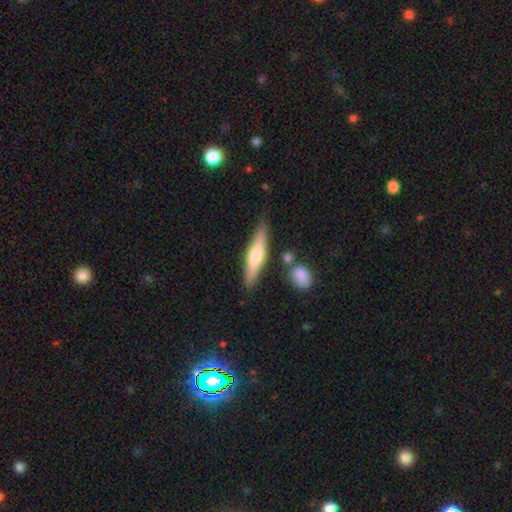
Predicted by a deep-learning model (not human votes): A featured or disk galaxy (52%) viewed edge-on (95%). Merging: none (80%).